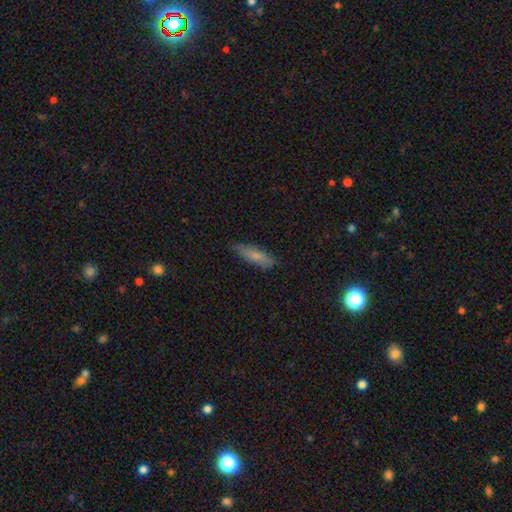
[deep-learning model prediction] Smooth or featured?
  - smooth: 76% *
  - featured or disk: 18%
  - star or artifact: 7%
How rounded?
  - cigar-shaped: 59% *
  - in between: 39%
  - round: 2%
Merging?
  - none: 74% *
  - minor disturbance: 21%
  - major disturbance: 3%
  - merger: 1%